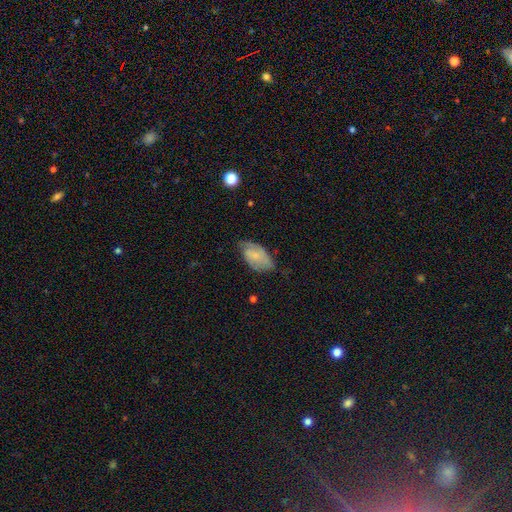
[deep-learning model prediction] Overall: smooth (60%; featured or disk 32%). How rounded: in between (94%). Merging: none (55%; minor disturbance 34%).